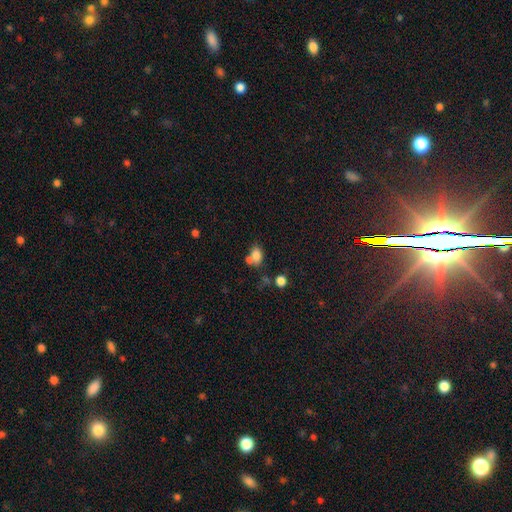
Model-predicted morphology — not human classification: Smooth or featured? smooth (79%)
How rounded? in between (74%)
Merging? none (44%)